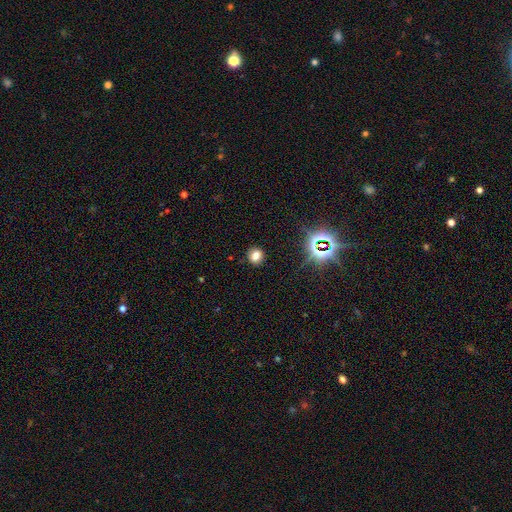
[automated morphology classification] Q: Smooth or featured?
A: smooth (73%); runner-up: star or artifact (19%)
Q: How rounded?
A: round (77%); runner-up: in between (22%)
Q: Merging?
A: none (89%); runner-up: minor disturbance (7%)